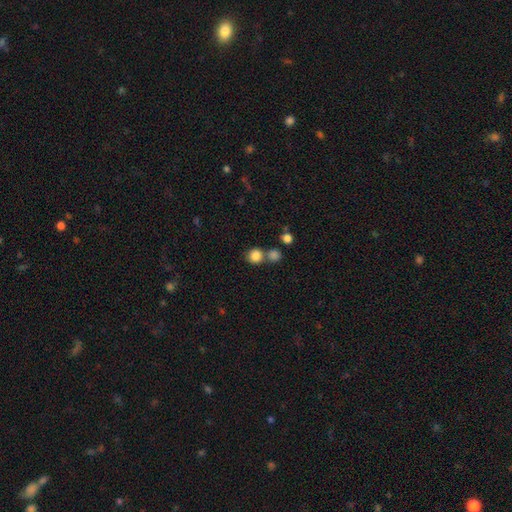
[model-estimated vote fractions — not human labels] Smooth or featured: smooth — 84% (star or artifact — 10%)
How rounded: round — 87% (in between — 12%)
Merging: none — 59% (merger — 29%)